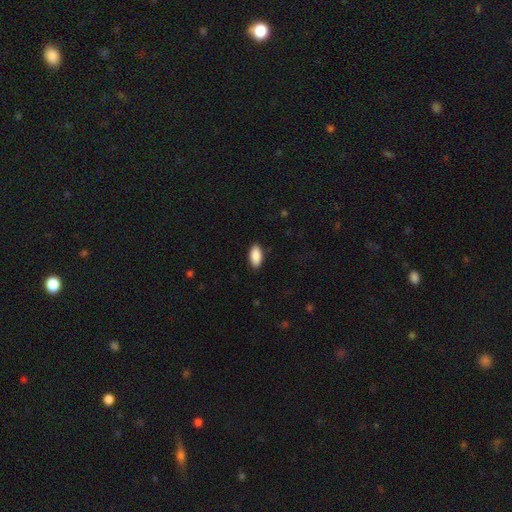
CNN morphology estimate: smooth_or_featured: smooth (p=0.90) [alt: star or artifact p=0.06]
how_rounded: in between (p=0.92) [alt: cigar-shaped p=0.05]
merging: none (p=0.89) [alt: minor disturbance p=0.08]